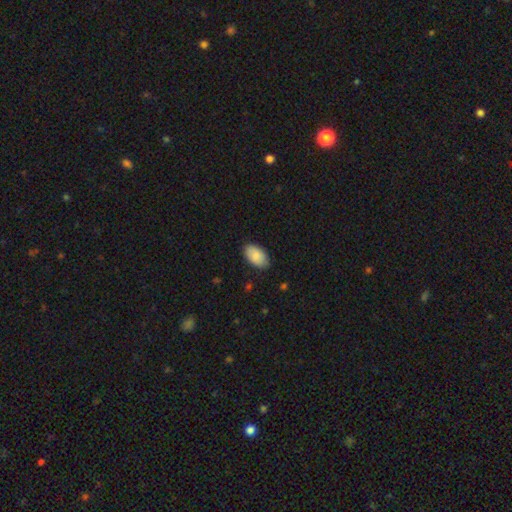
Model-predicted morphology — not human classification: This appears to be a smooth galaxy with no disk features (86%) that is in between round and cigar-shaped (94%). Merging: none (84%).